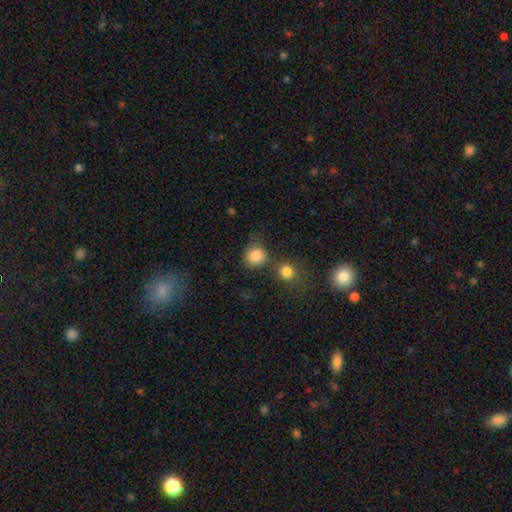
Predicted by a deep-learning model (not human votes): Overall: smooth (84%). How rounded: round (78%). Merging: none (53%; merger 20%).